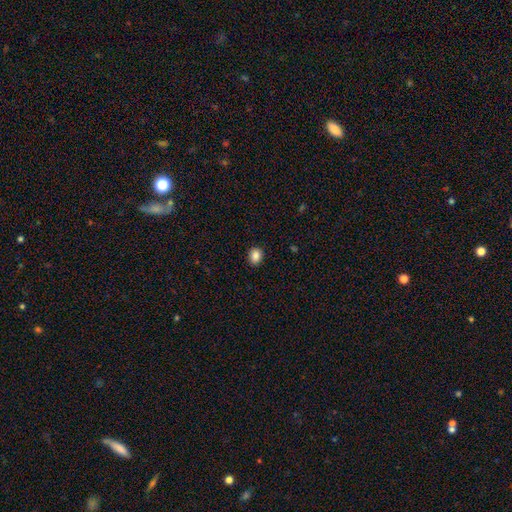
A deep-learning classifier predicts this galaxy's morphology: Smooth or featured?
  - smooth: 86% *
  - star or artifact: 9%
  - featured or disk: 4%
How rounded?
  - round: 54% *
  - in between: 45%
  - cigar-shaped: 1%
Merging?
  - none: 90% *
  - minor disturbance: 7%
  - major disturbance: 2%
  - merger: 1%